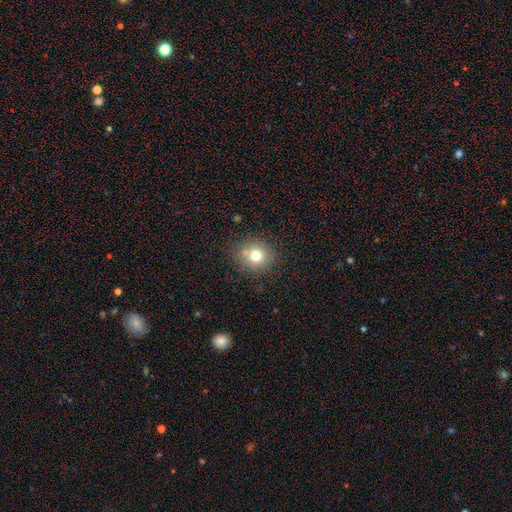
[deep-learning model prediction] This appears to be a smooth galaxy with no disk features (74%) that is round (82%). Merging: none (78%).